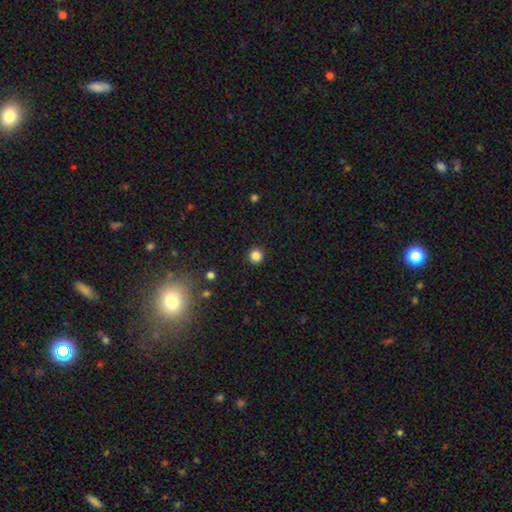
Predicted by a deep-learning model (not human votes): This appears to be a smooth galaxy with no disk features (84%) that is round (93%). Merging: none (92%).